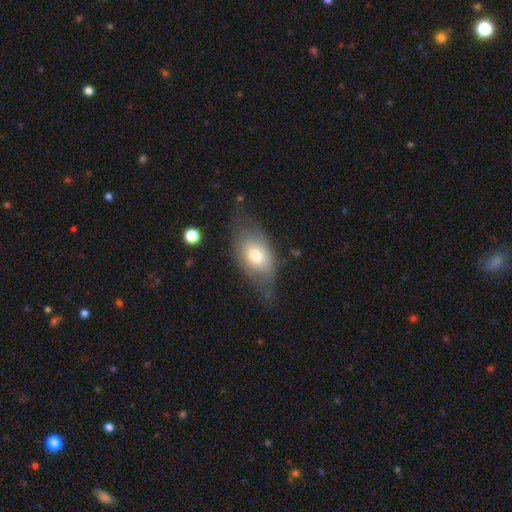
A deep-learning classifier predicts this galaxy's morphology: Smooth or featured: smooth — 59% (featured or disk — 34%)
How rounded: in between — 84% (round — 11%)
Merging: none — 56% (minor disturbance — 26%)